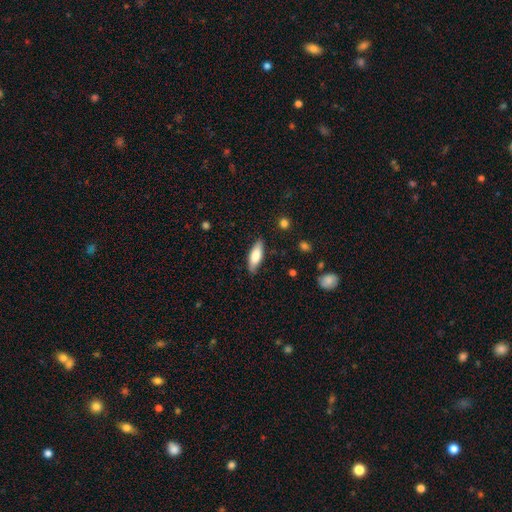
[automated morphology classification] A smooth galaxy with no disk features (78%) that is in between round and cigar-shaped (64%). Merging: none (84%).